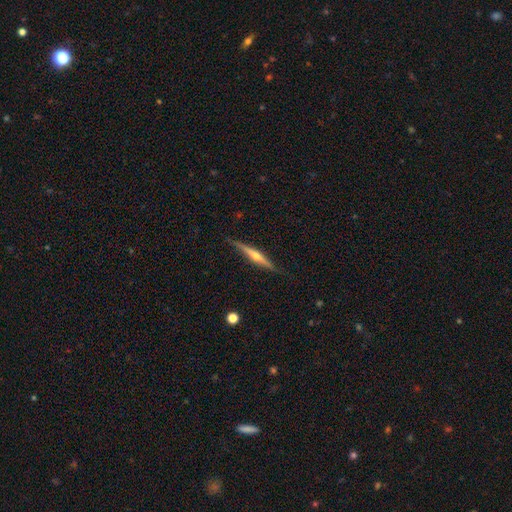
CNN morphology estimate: smooth_or_featured: featured or disk (p=0.75) [alt: smooth p=0.20]
disk_edge_on: yes (p=0.98) [alt: no p=0.02]
edge_on_bulge: rounded (p=0.86) [alt: none p=0.09]
merging: none (p=0.86) [alt: minor disturbance p=0.11]